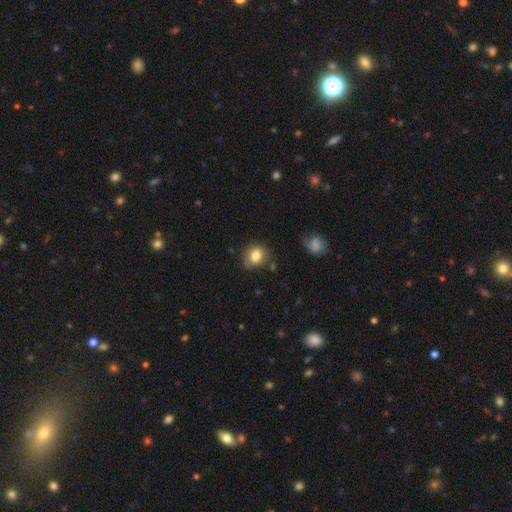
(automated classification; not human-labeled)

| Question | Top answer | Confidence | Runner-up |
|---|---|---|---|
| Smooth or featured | smooth | 80% | featured or disk (11%) |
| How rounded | round | 62% | in between (37%) |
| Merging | none | 71% | minor disturbance (21%) |